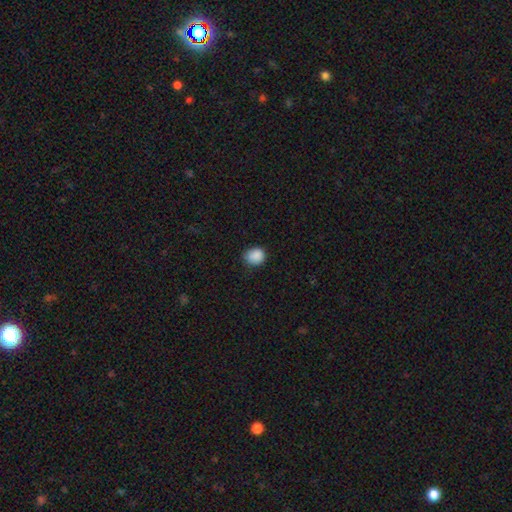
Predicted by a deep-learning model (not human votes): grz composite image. It shows a smooth galaxy with no disk features (88%) that is round (69%). Merging: none (76%).